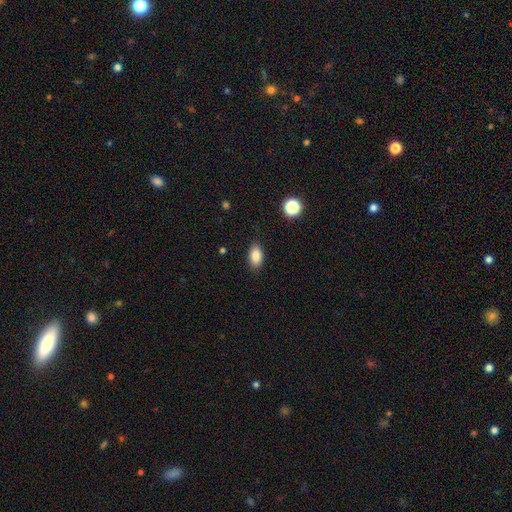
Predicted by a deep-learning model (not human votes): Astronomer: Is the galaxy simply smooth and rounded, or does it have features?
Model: smooth — 85%.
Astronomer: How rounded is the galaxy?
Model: in between — 90%.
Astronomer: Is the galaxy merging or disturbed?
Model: none — 86%.